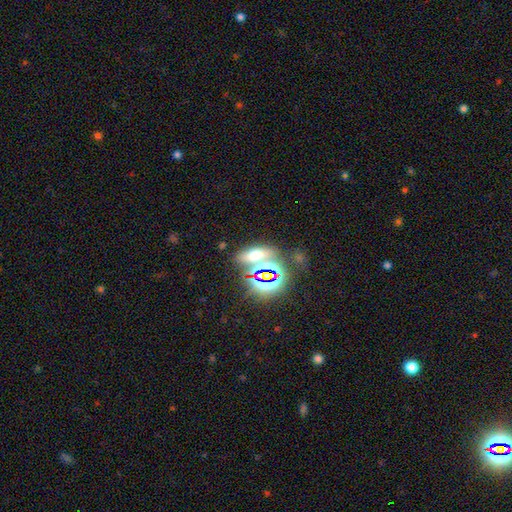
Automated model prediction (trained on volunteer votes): Q: Smooth or featured?
A: smooth (47%); runner-up: star or artifact (37%)
Q: Merging?
A: none (64%); runner-up: merger (20%)